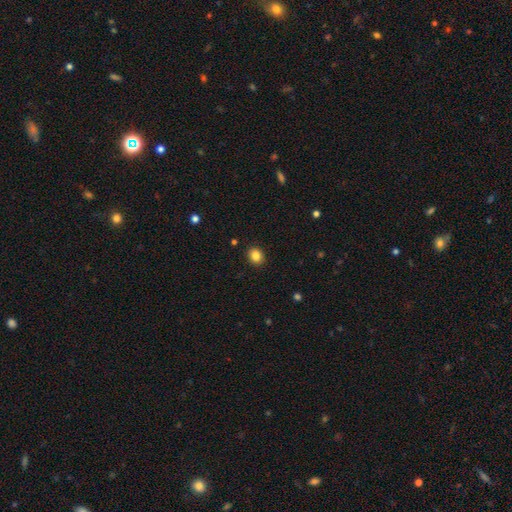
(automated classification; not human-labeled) Morphology: type=smooth (85%); roundness=round (59%); merging=none (90%).